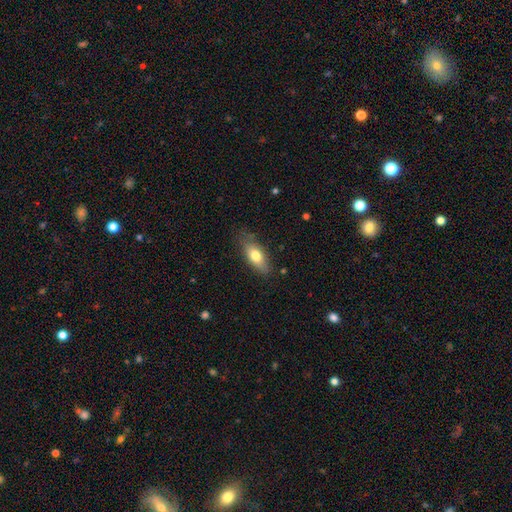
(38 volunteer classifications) smooth-or-featured: smooth: 68% | featured or disk: 29% | star or artifact: 3%
  how-rounded: in between: 88% | cigar-shaped: 8% | round: 4%
  merging: none: 76% | minor disturbance: 19% | major disturbance: 3% | merger: 3%